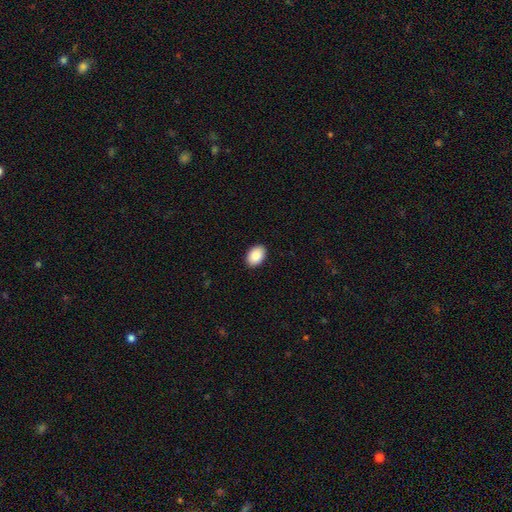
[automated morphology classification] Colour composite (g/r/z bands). It shows a smooth galaxy with no disk features (89%) that is in between round and cigar-shaped (85%). Merging: none (91%).